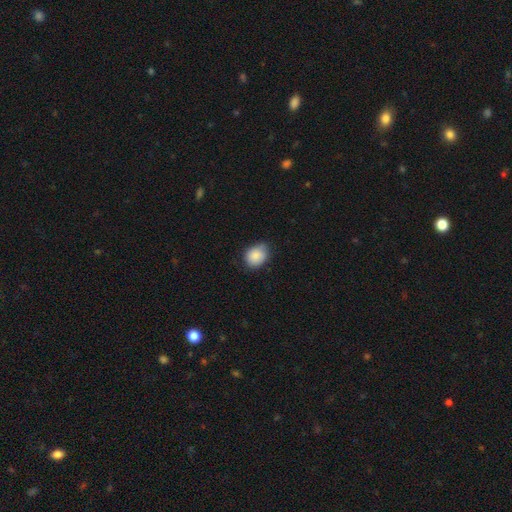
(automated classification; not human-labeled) A smooth galaxy with no disk features (86%) that is round (52%). Merging: none (71%).